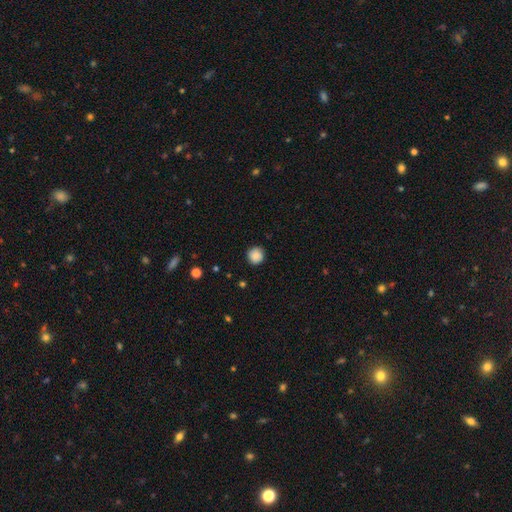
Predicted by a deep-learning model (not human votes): A smooth galaxy with no disk features (85%) that is round (93%).

Vote fractions:
- Smooth or featured? smooth: 85% / star or artifact: 9% / featured or disk: 6%
- How rounded? round: 93% / in between: 6% / cigar-shaped: 1%
- Merging? none: 88% / minor disturbance: 9% / major disturbance: 2% / merger: 1%